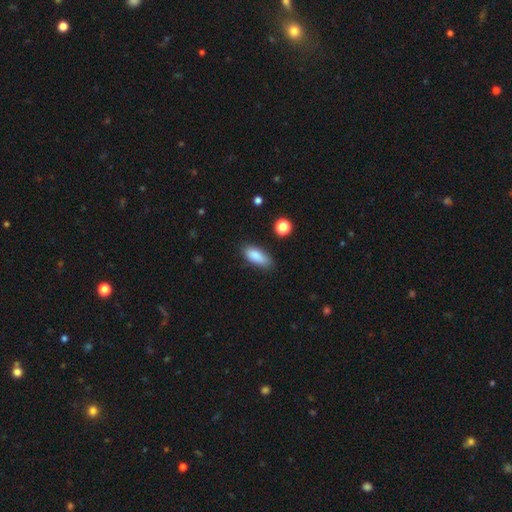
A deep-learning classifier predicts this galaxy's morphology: Smooth or featured?
  - smooth: 87% *
  - star or artifact: 7%
  - featured or disk: 6%
How rounded?
  - in between: 79% *
  - cigar-shaped: 18%
  - round: 3%
Merging?
  - none: 79% *
  - minor disturbance: 16%
  - major disturbance: 3%
  - merger: 2%